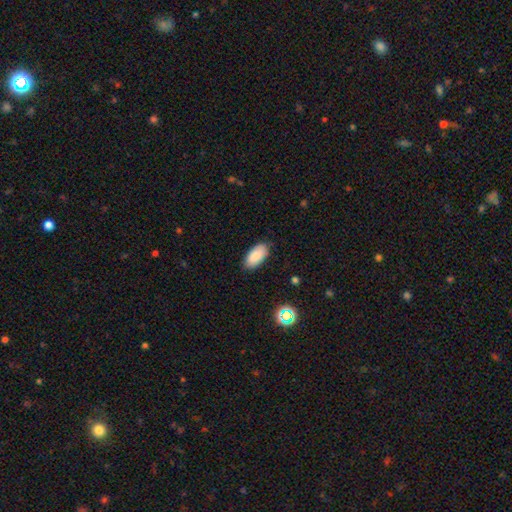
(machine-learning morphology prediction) Q: Smooth or featured?
A: smooth (88%); runner-up: star or artifact (7%)
Q: How rounded?
A: in between (94%); runner-up: cigar-shaped (4%)
Q: Merging?
A: none (85%); runner-up: minor disturbance (12%)